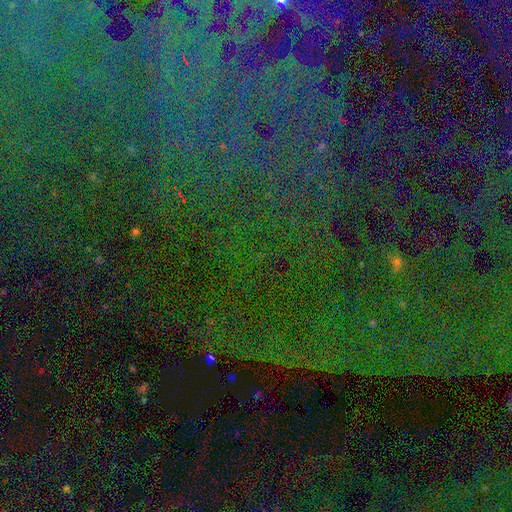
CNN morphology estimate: The model was most divided on "smooth or featured": star or artifact: 79%, featured or disk: 11%, smooth: 10%.